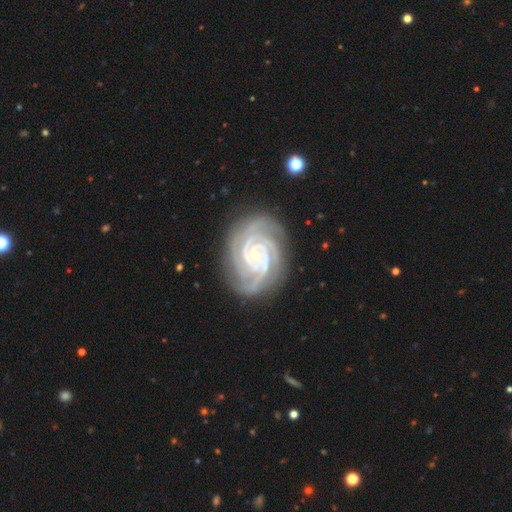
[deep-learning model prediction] Smooth or featured: featured or disk — 93% (star or artifact — 5%)
Edge-on disk: no — 98% (yes — 2%)
Bar: no — 57% (weak — 27%)
Spiral arms: yes — 99% (no — 1%)
Spiral winding: tight — 80% (medium — 18%)
Spiral arm count: 3 — 37% (2 — 26%)
Bulge size: small — 79% (moderate — 17%)
Merging: none — 79% (minor disturbance — 15%)